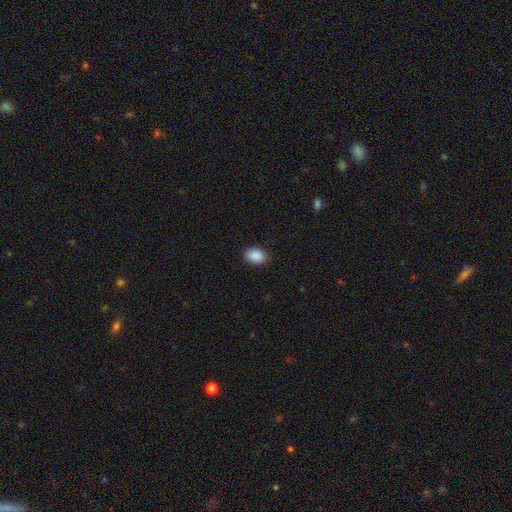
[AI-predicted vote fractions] Smooth or featured?
  - smooth: 90% *
  - star or artifact: 7%
  - featured or disk: 3%
How rounded?
  - in between: 77% *
  - round: 22%
  - cigar-shaped: 1%
Merging?
  - none: 89% *
  - minor disturbance: 8%
  - major disturbance: 2%
  - merger: 1%